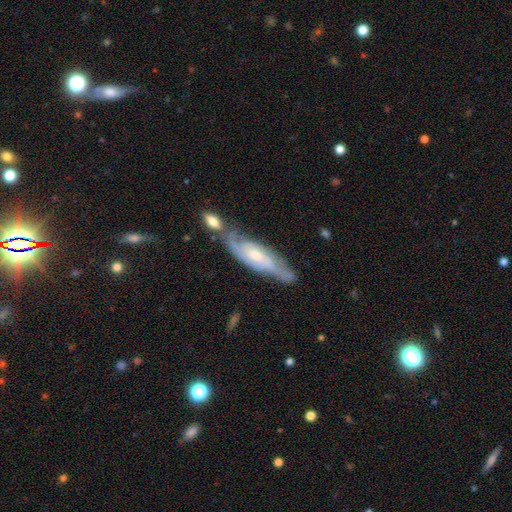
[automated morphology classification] featured or disk 75%, smooth 19%, star or artifact 6%. Down the decision tree: edge-on disk — no (75%); bar — no (52%); spiral arms — yes (89%); spiral arm count — 2 (54%); spiral winding — tight (46%); bulge size — small (48%); merging — none (51%).